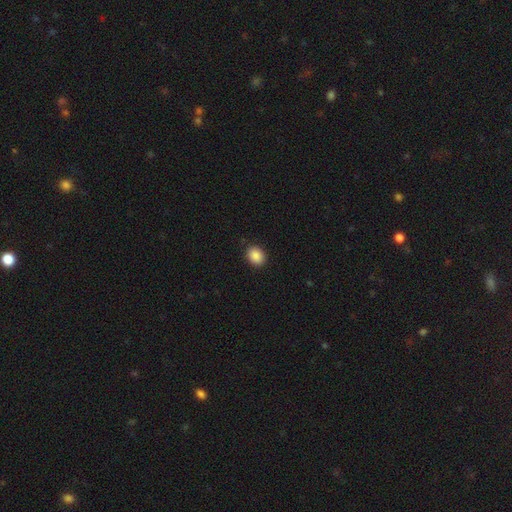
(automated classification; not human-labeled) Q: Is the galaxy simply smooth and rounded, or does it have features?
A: smooth — 89%.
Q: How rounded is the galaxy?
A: in between — 51%.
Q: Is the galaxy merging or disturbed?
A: none — 89%.